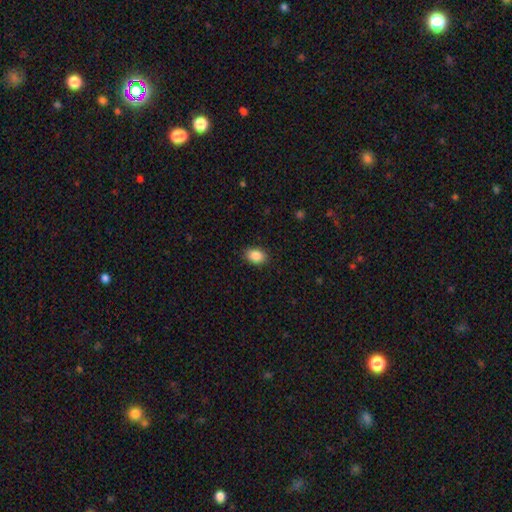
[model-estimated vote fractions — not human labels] The model was most divided on "how rounded": in between: 79%, round: 20%, cigar-shaped: 1%. More confident: merging — none (89%); smooth or featured — smooth (88%).